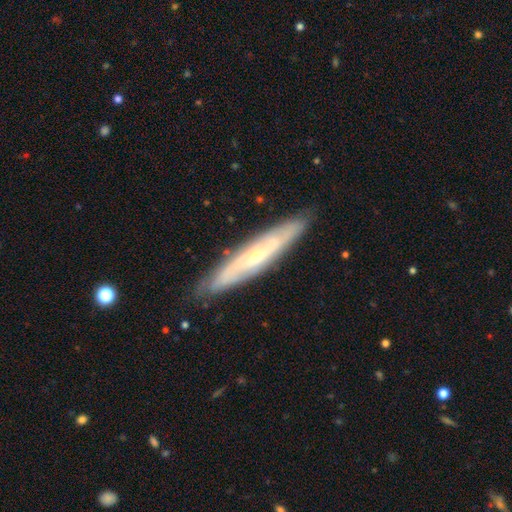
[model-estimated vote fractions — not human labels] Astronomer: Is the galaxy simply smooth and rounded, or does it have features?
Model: featured or disk — 70%.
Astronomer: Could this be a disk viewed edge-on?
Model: yes — 55% (runner-up: no, 45%).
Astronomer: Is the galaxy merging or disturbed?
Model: none — 85%.